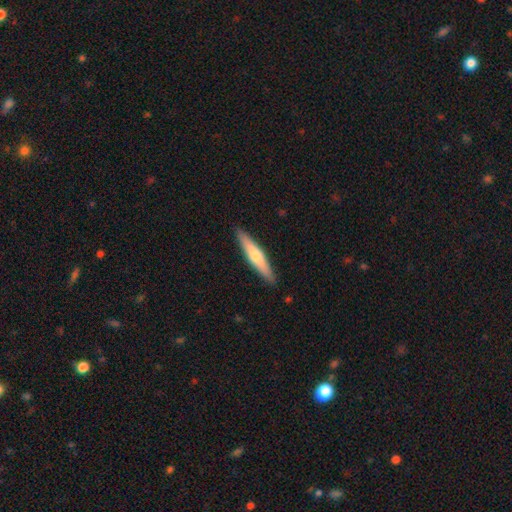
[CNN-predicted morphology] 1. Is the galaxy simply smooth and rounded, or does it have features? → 51% smooth, 44% featured or disk, 5% star or artifact.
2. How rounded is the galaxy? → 89% cigar-shaped, 10% in between, 1% round.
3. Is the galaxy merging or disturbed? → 91% none, 7% minor disturbance, 1% major disturbance, 1% merger.